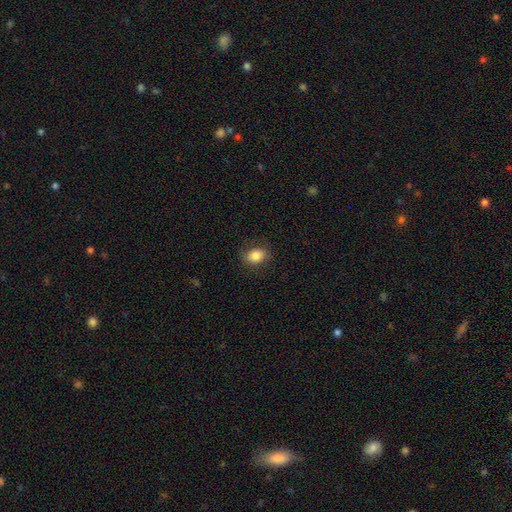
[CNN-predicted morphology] Q: Smooth or featured?
A: smooth (84%); runner-up: star or artifact (9%)
Q: How rounded?
A: in between (68%); runner-up: round (31%)
Q: Merging?
A: none (84%); runner-up: minor disturbance (12%)